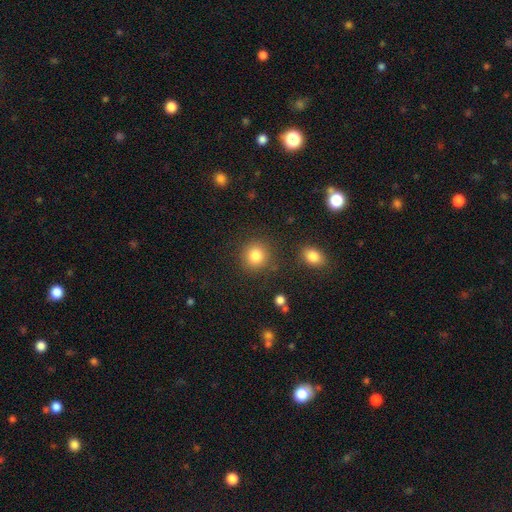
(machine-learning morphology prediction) This is clearly a smooth galaxy (84%). How rounded: clearly round (88%). Merging: clearly none (85%).